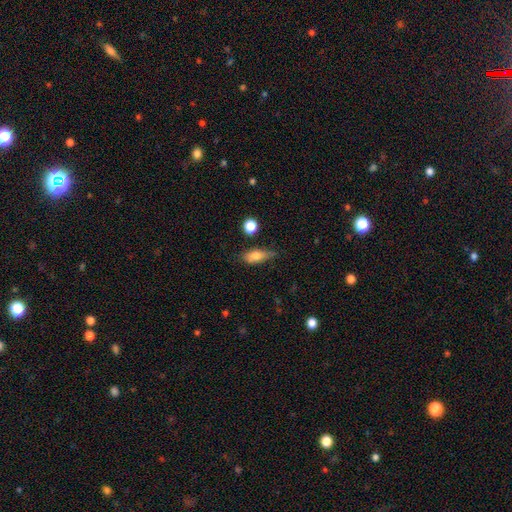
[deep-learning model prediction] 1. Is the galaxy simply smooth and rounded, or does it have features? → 73% smooth, 19% featured or disk, 8% star or artifact.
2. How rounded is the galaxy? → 71% in between, 22% cigar-shaped, 6% round.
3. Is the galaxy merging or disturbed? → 53% none, 34% minor disturbance, 9% major disturbance, 4% merger.